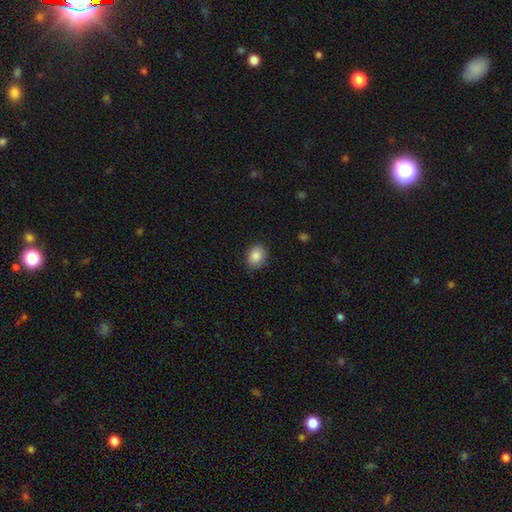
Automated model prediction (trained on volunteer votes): smooth-or-featured: smooth: 88% | star or artifact: 8% | featured or disk: 4%
  how-rounded: in between: 57% | round: 42% | cigar-shaped: 1%
  merging: none: 85% | minor disturbance: 11% | major disturbance: 3% | merger: 1%